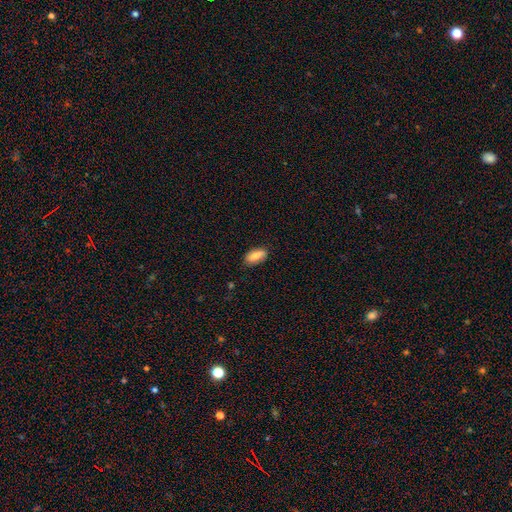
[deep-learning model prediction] Smooth or featured: smooth — 76% (featured or disk — 16%)
How rounded: in between — 84% (cigar-shaped — 13%)
Merging: none — 80% (minor disturbance — 16%)